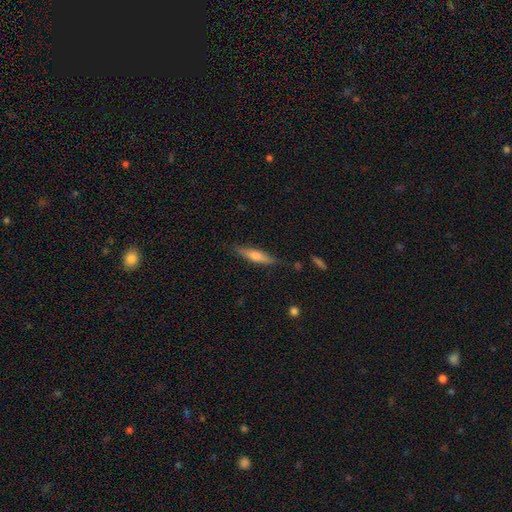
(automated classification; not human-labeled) This appears to be a featured or disk galaxy (49%). Merging: none (84%).